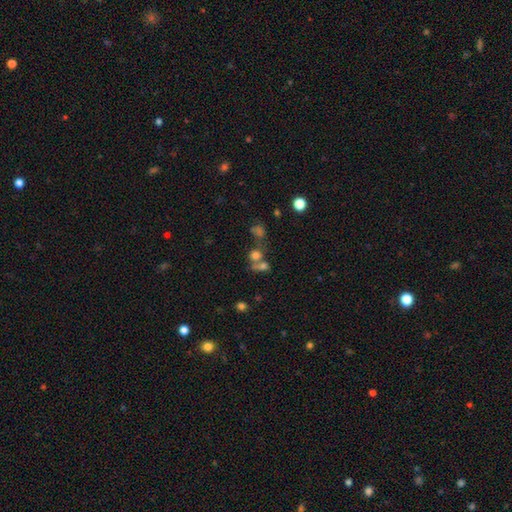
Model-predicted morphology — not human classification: smooth-or-featured: smooth: 64% | star or artifact: 21% | featured or disk: 16%
  how-rounded: round: 58% | in between: 39% | cigar-shaped: 3%
  merging: merger: 47% | none: 35% | minor disturbance: 10% | major disturbance: 8%